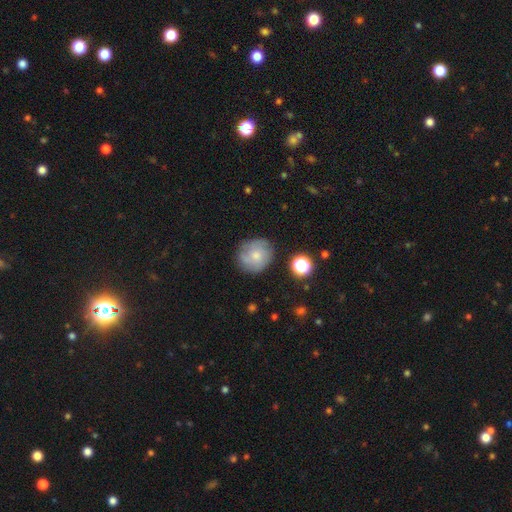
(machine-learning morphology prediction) smooth-or-featured: smooth: 55% | featured or disk: 35% | star or artifact: 10%
  how-rounded: round: 85% | in between: 14% | cigar-shaped: 1%
  merging: none: 71% | minor disturbance: 20% | major disturbance: 6% | merger: 3%